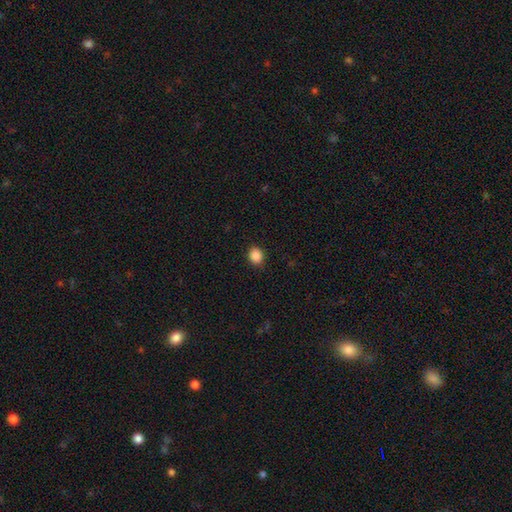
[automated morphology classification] Overall: smooth (88%). How rounded: round (62%; in between 37%). Merging: none (90%).